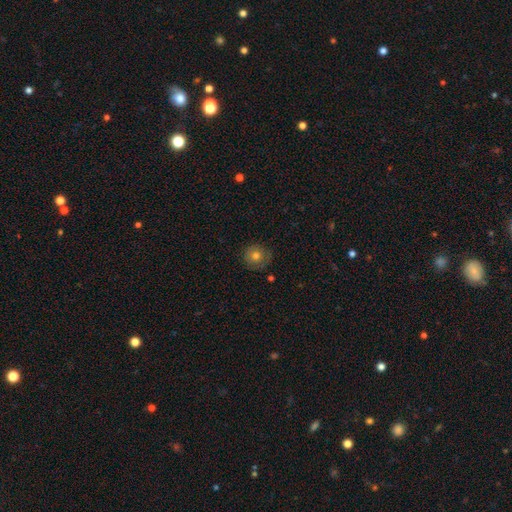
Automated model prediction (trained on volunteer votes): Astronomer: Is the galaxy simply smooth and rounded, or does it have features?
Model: smooth — 70%.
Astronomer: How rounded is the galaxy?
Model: round — 93%.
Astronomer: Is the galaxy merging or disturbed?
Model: none — 83%.